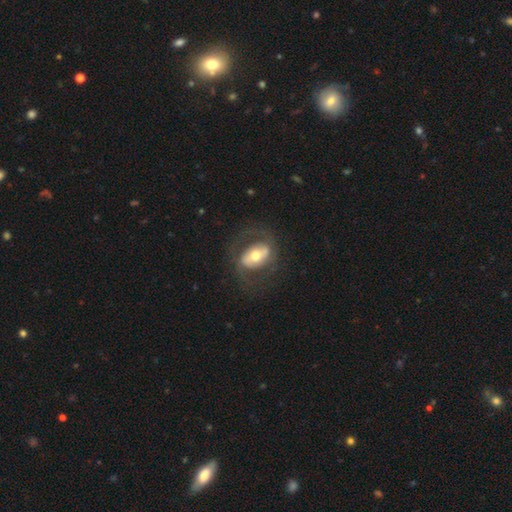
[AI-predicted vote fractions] Morphology: type=featured or disk (61%); edge-on=no (93%); bar=strong (37%); spiral arms=yes (54%); bulge=moderate (68%); merging=none (68%).